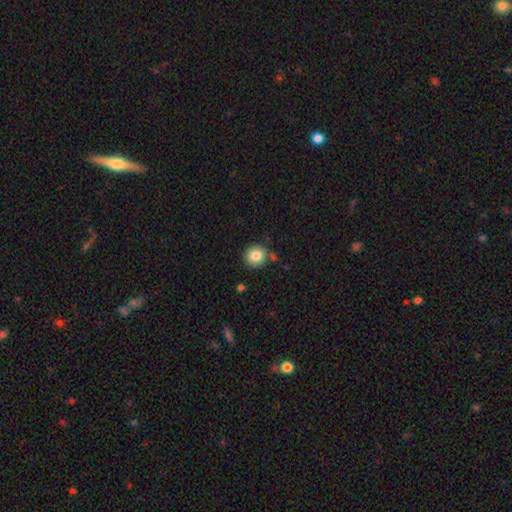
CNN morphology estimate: This appears to be a smooth galaxy with no disk features (83%) that is round (92%). Merging: none (83%).